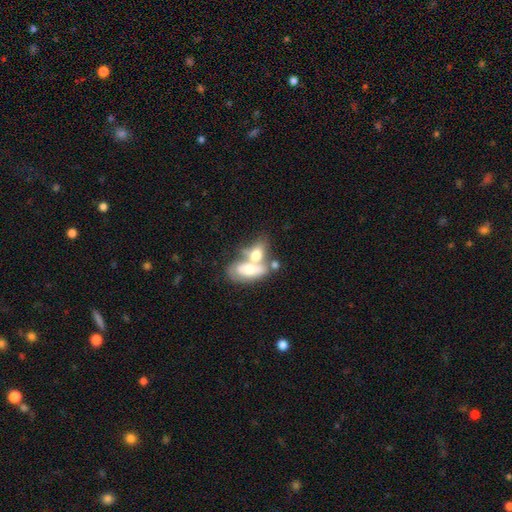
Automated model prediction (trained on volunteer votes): Smooth or featured? smooth (59%)
How rounded? in between (85%)
Merging? merger (69%)